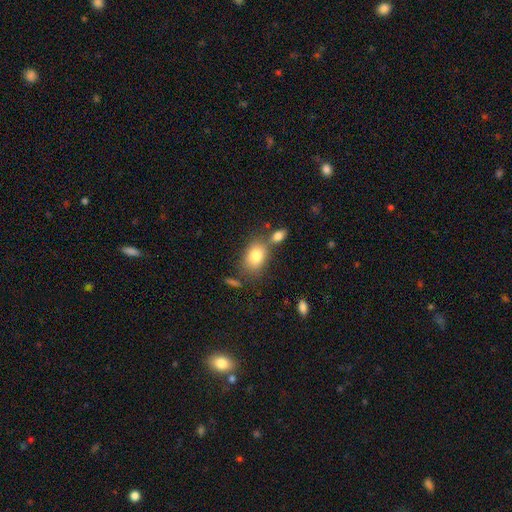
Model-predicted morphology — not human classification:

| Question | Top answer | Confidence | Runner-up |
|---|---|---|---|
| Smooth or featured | smooth | 80% | featured or disk (12%) |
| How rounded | in between | 75% | round (24%) |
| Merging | none | 60% | merger (21%) |